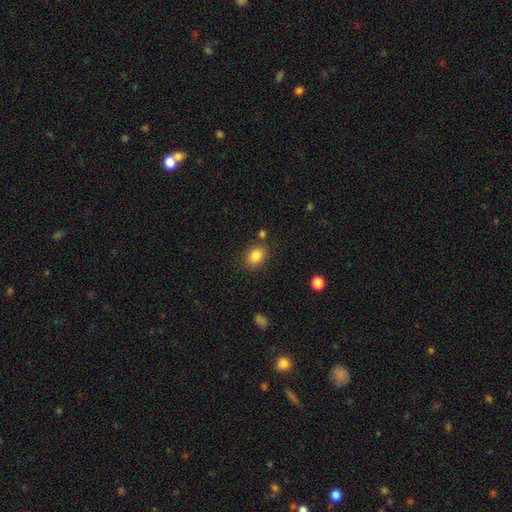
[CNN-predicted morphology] Smooth or featured: smooth — 85% (star or artifact — 9%)
How rounded: in between — 61% (round — 38%)
Merging: none — 78% (minor disturbance — 12%)